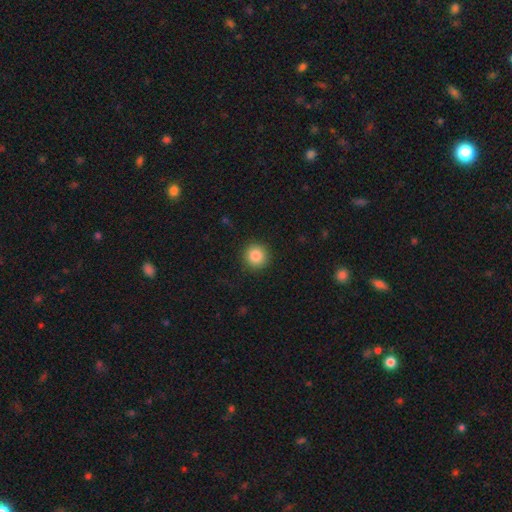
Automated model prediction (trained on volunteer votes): A smooth galaxy with no disk features (86%) that is round (95%). Merging: none (91%).